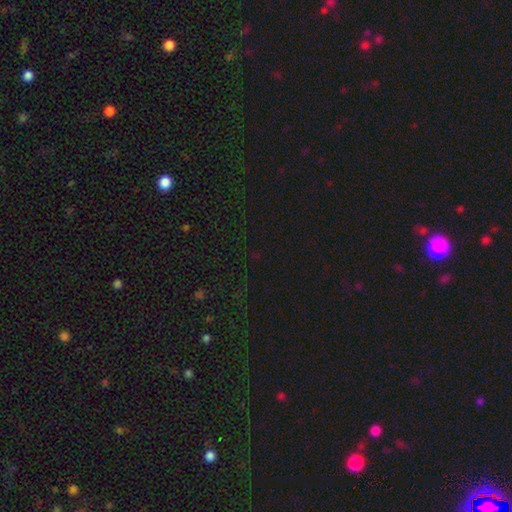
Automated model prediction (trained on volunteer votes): smooth_or_featured: star or artifact (p=0.73) [alt: smooth p=0.20]